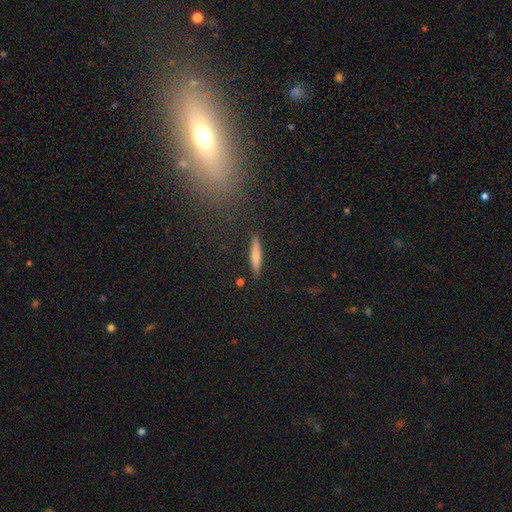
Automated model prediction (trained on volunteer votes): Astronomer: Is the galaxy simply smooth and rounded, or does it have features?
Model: smooth — 67%.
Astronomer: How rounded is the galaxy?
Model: cigar-shaped — 89%.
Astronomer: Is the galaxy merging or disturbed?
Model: none — 88%.